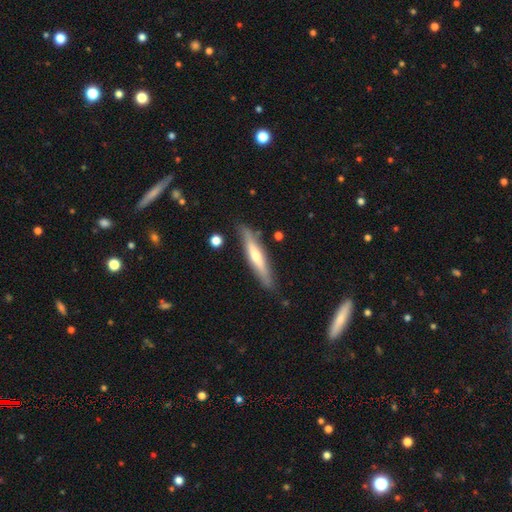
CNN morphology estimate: This is possibly a featured or disk galaxy (54%). It is clearly viewed edge-on (91%). Merging: clearly none (85%).